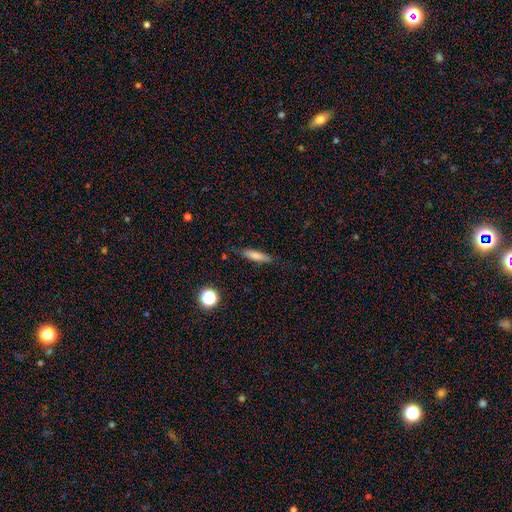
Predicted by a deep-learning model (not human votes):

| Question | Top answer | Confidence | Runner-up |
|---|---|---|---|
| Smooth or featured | smooth | 74% | featured or disk (17%) |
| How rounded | cigar-shaped | 79% | in between (19%) |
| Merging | none | 81% | minor disturbance (14%) |